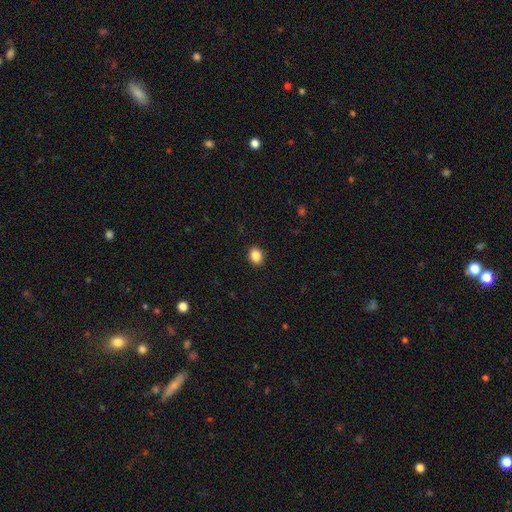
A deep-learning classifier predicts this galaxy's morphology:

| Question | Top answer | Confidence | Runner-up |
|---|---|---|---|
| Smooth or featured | smooth | 87% | star or artifact (10%) |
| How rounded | round | 50% | in between (49%) |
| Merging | none | 91% | minor disturbance (7%) |